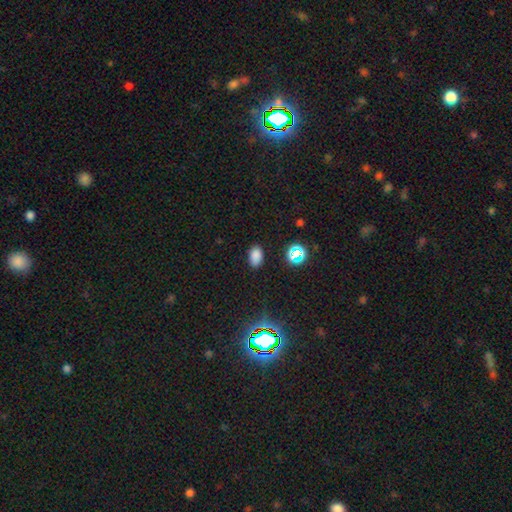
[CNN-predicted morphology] Smooth or featured?
  - smooth: 77% *
  - star or artifact: 18%
  - featured or disk: 4%
How rounded?
  - in between: 88% *
  - round: 10%
  - cigar-shaped: 2%
Merging?
  - none: 86% *
  - minor disturbance: 10%
  - major disturbance: 3%
  - merger: 1%